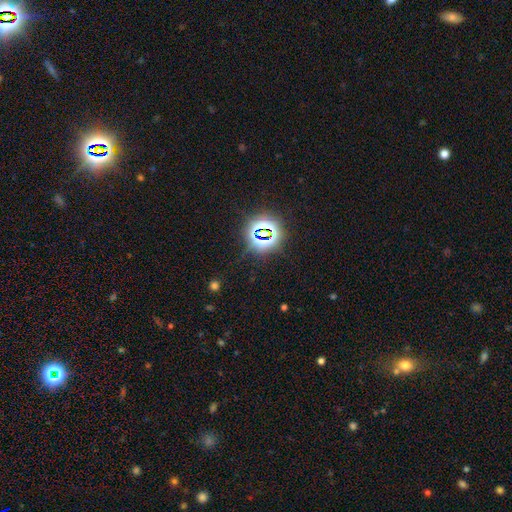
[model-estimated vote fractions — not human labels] star or artifact 81%, smooth 12%, featured or disk 7%.